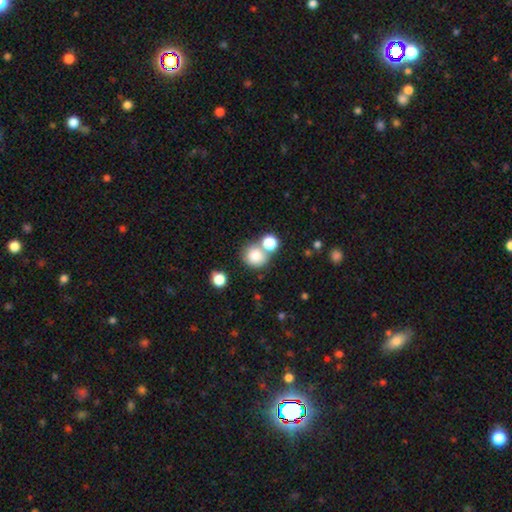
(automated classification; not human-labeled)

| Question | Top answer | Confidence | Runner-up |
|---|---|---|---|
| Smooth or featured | smooth | 81% | star or artifact (11%) |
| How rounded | round | 86% | in between (13%) |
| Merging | none | 56% | merger (31%) |